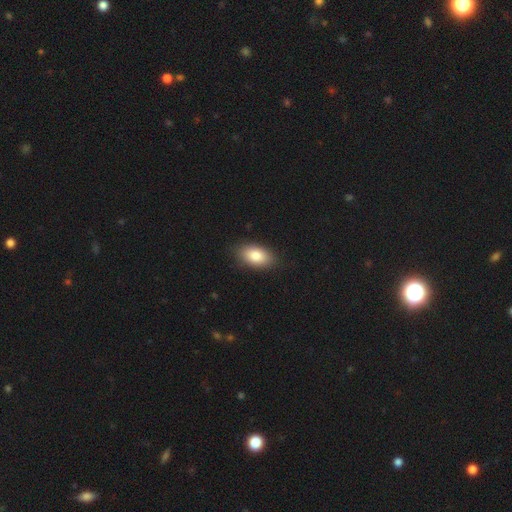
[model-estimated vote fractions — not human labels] smooth_or_featured: smooth (p=0.84) [alt: featured or disk p=0.09]
how_rounded: in between (p=0.92) [alt: round p=0.06]
merging: none (p=0.86) [alt: minor disturbance p=0.10]